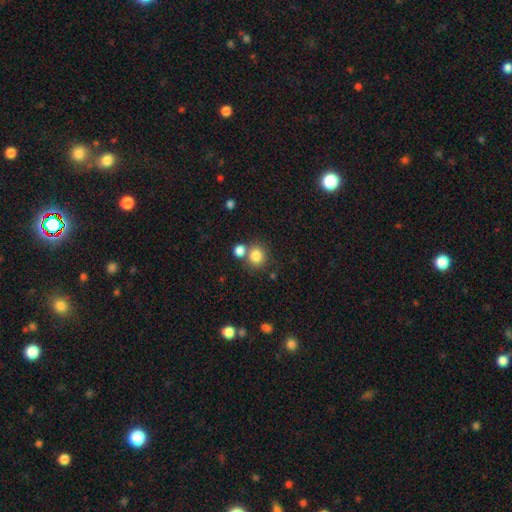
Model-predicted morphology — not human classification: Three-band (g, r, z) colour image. It shows a smooth galaxy with no disk features (82%) that is round (82%). Merging: none (61%).